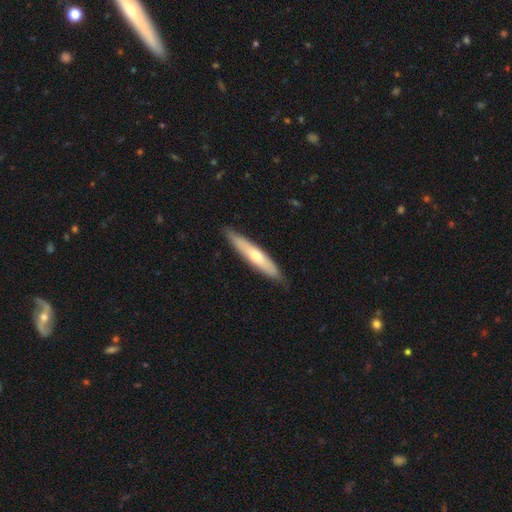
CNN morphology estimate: Smooth or featured? Predicted: smooth (p=0.53). How rounded? Predicted: cigar-shaped (p=0.88). Merging? Predicted: none (p=0.85).